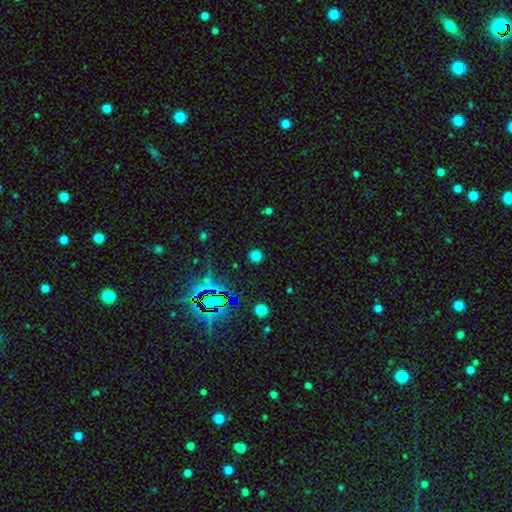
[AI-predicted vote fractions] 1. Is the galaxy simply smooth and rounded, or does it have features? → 69% smooth, 26% star or artifact, 5% featured or disk.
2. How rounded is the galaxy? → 92% round, 7% in between, 1% cigar-shaped.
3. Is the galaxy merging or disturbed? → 89% none, 7% minor disturbance, 3% major disturbance, 2% merger.